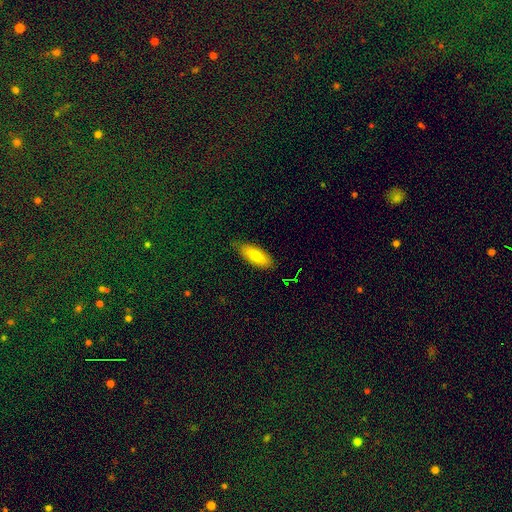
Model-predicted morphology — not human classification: This is likely a smooth galaxy (75%). How rounded: likely in between (75%). Merging: likely none (79%).